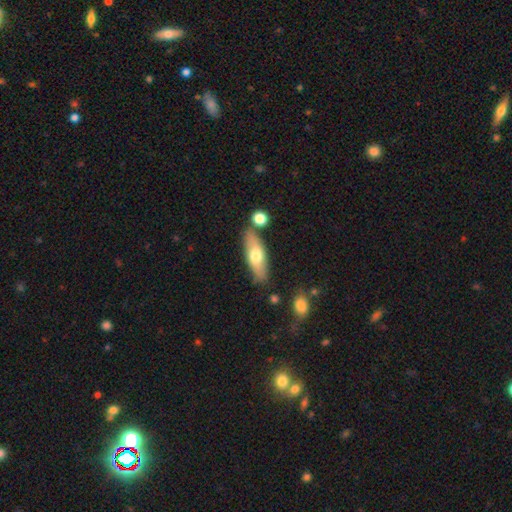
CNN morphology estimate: Q: Smooth or featured?
A: smooth (61%); runner-up: featured or disk (34%)
Q: How rounded?
A: in between (56%); runner-up: cigar-shaped (41%)
Q: Merging?
A: none (76%); runner-up: minor disturbance (13%)